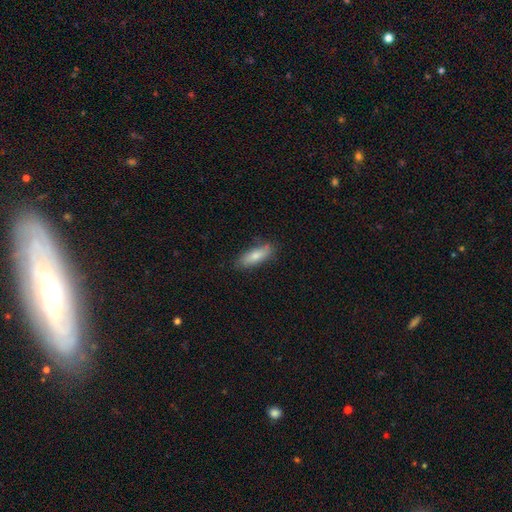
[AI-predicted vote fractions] smooth_or_featured: smooth (p=0.79) [alt: featured or disk p=0.15]
how_rounded: in between (p=0.60) [alt: cigar-shaped p=0.38]
merging: none (p=0.77) [alt: minor disturbance p=0.18]